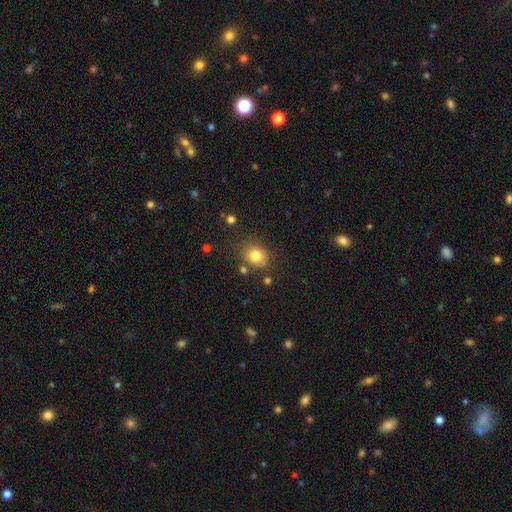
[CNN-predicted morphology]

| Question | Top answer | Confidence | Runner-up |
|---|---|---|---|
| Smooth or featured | smooth | 80% | star or artifact (11%) |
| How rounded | round | 66% | in between (33%) |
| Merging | none | 76% | minor disturbance (14%) |